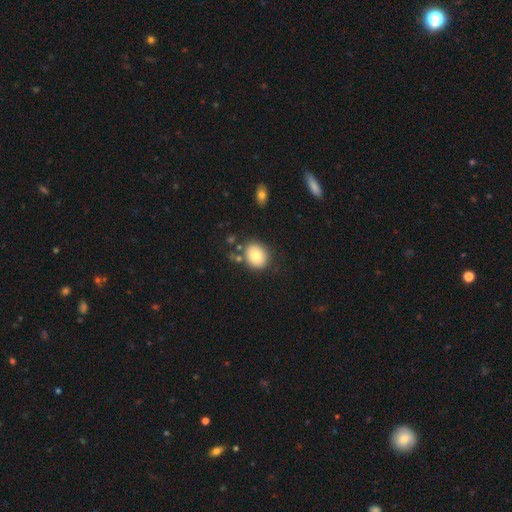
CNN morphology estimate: This appears to be a smooth galaxy with no disk features (80%) that is round (62%). Merging: none (76%).